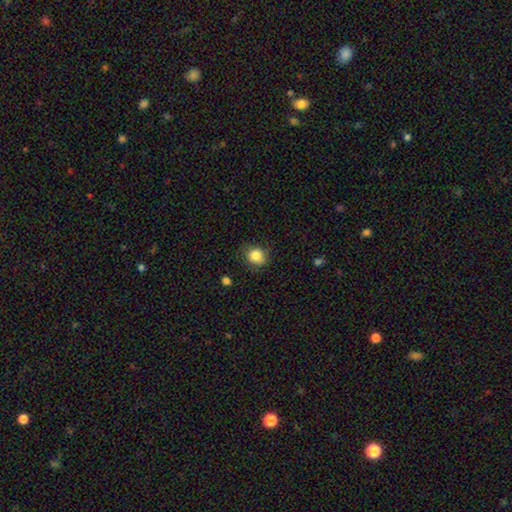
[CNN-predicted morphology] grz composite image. It shows a smooth galaxy with no disk features (84%) that is round (73%). Merging: none (78%).